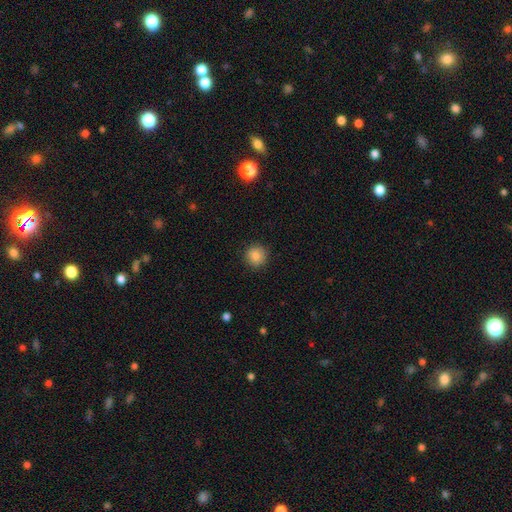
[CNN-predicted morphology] The model was most divided on "smooth or featured": smooth: 86%, star or artifact: 9%, featured or disk: 5%. More confident: how rounded — round (94%); merging — none (91%).